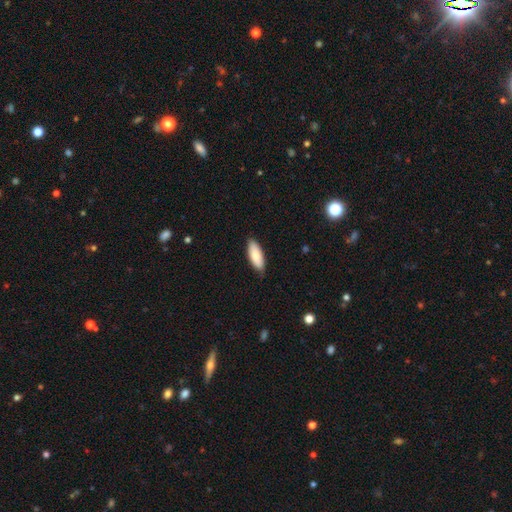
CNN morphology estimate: type=smooth (85%); roundness=in between (76%); merging=none (83%).